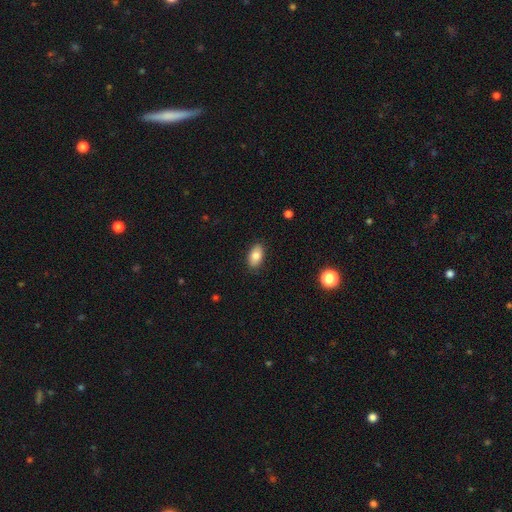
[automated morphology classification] A smooth galaxy with no disk features (82%) that is in between round and cigar-shaped (92%). Merging: none (87%).